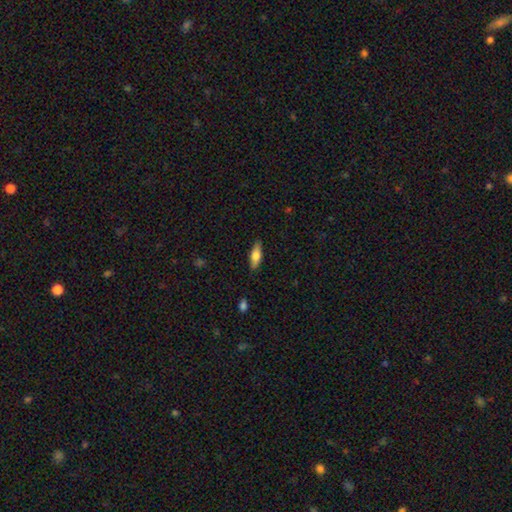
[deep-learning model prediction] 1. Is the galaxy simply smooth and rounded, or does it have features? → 65% smooth, 28% featured or disk, 6% star or artifact.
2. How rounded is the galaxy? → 59% in between, 38% cigar-shaped, 3% round.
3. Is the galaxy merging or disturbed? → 87% none, 10% minor disturbance, 2% major disturbance, 1% merger.